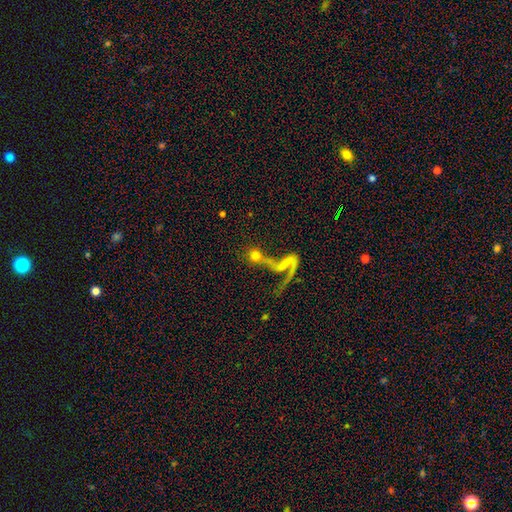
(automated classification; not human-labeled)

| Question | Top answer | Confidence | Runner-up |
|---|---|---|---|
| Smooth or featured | smooth | 61% | featured or disk (26%) |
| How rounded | round | 79% | in between (15%) |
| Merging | merger | 47% | none (31%) |